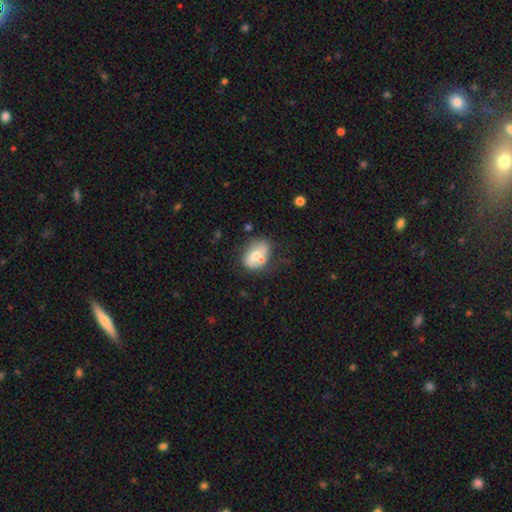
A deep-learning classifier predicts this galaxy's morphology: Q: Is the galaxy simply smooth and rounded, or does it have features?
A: smooth — 52%.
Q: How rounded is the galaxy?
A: in between — 65%.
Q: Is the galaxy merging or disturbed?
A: none — 49%.